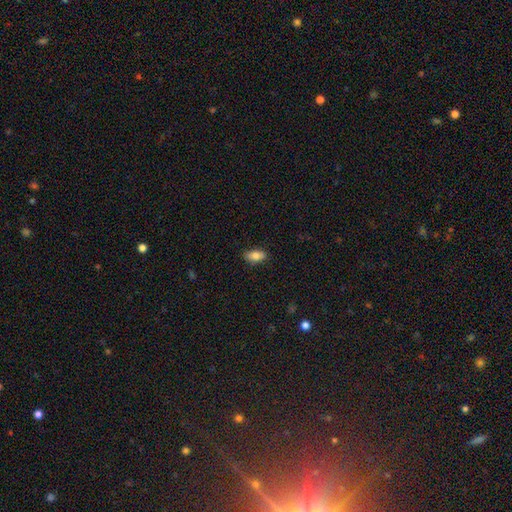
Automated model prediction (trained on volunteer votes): Overall: smooth (81%). How rounded: in between (88%). Merging: none (86%).